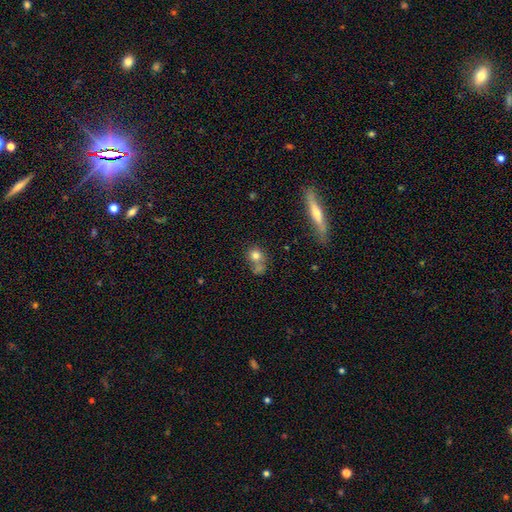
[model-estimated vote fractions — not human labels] Q: Smooth or featured?
A: smooth (75%); runner-up: featured or disk (13%)
Q: How rounded?
A: round (73%); runner-up: in between (25%)
Q: Merging?
A: none (44%); runner-up: merger (33%)